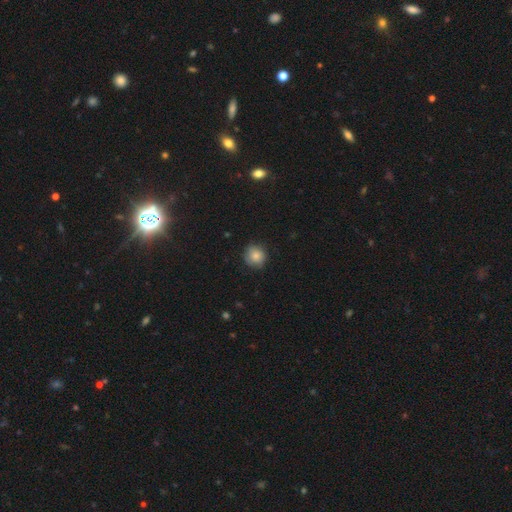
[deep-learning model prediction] The model was most divided on "merging": none: 84%, minor disturbance: 13%, major disturbance: 3%, merger: 1%. More confident: how rounded — round (90%); smooth or featured — smooth (82%).